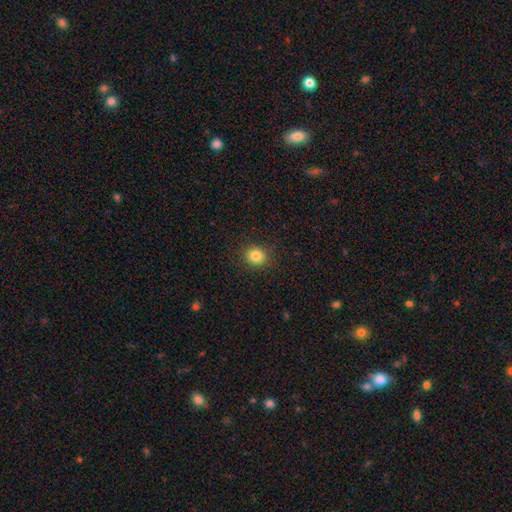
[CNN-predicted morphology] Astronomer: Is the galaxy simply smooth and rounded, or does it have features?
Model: smooth — 84%.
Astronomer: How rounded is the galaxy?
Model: round — 79%.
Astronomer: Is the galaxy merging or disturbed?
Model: none — 90%.